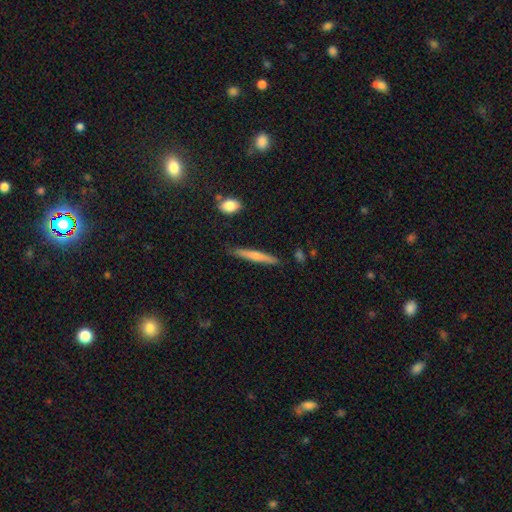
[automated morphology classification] Smooth or featured? smooth (61%)
How rounded? cigar-shaped (94%)
Merging? none (84%)